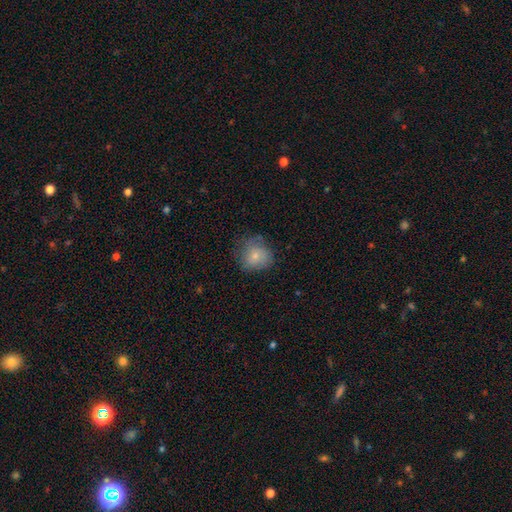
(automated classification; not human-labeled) Q: Smooth or featured?
A: smooth (75%); runner-up: featured or disk (16%)
Q: How rounded?
A: round (80%); runner-up: in between (19%)
Q: Merging?
A: none (64%); runner-up: minor disturbance (25%)